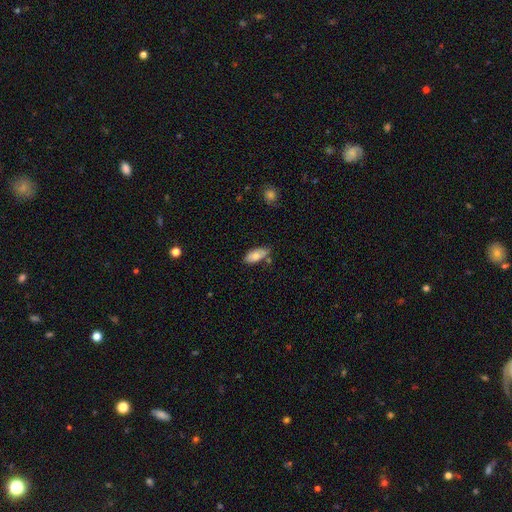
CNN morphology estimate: This is likely a smooth galaxy (80%). How rounded: clearly in between (86%). Merging: possibly none (60%).